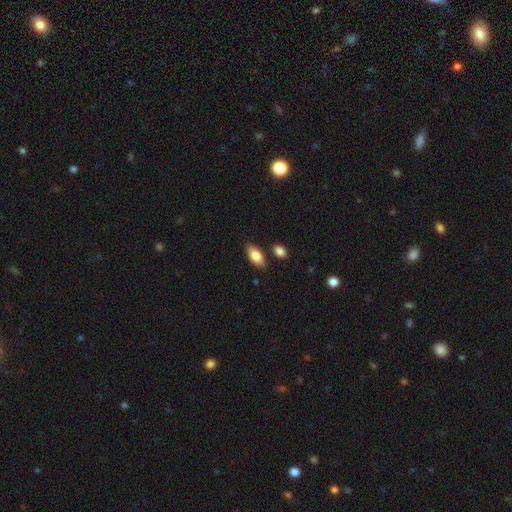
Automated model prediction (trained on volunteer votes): This is clearly a smooth galaxy (83%). How rounded: clearly in between (89%). Merging: clearly none (81%).